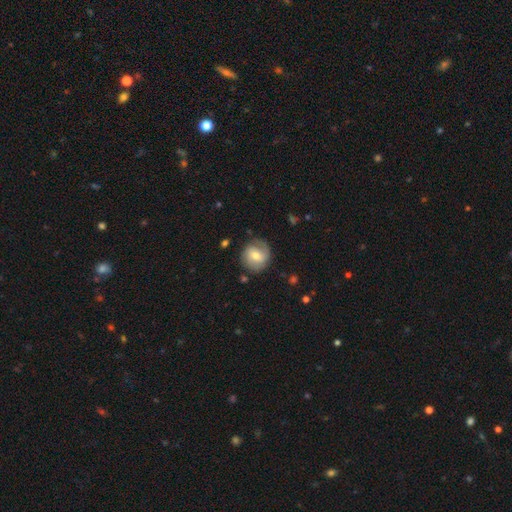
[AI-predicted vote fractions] Overall: featured or disk (49%; smooth 44%). Merging: none (76%).